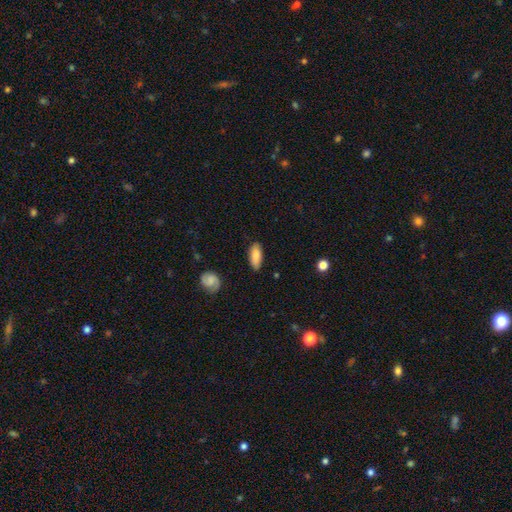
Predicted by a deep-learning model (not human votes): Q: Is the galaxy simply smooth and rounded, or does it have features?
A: smooth — 85%.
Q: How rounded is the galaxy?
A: in between — 76%.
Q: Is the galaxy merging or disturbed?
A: none — 83%.